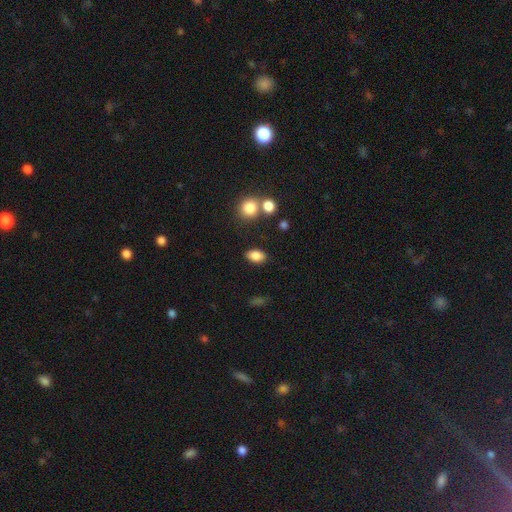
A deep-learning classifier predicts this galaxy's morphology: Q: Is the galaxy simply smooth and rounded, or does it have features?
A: smooth — 84%.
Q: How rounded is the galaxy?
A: in between — 87%.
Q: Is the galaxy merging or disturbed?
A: none — 83%.